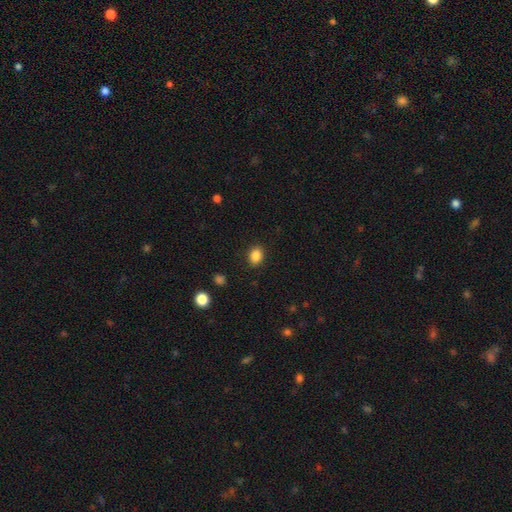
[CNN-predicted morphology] The model was most divided on "how rounded": in between: 62%, round: 37%, cigar-shaped: 1%. More confident: merging — none (88%); smooth or featured — smooth (87%).